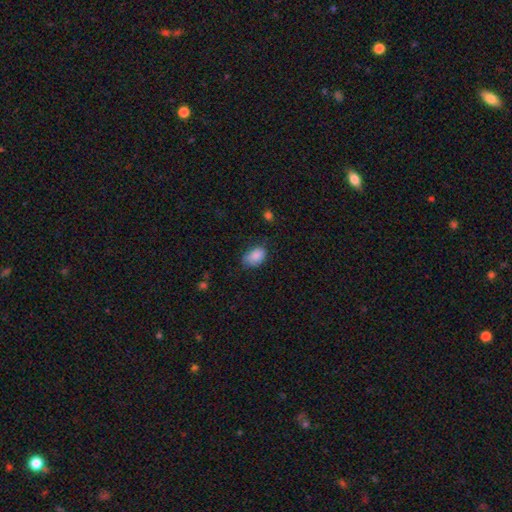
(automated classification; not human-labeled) This appears to be a smooth galaxy with no disk features (87%) that is in between round and cigar-shaped (88%). Merging: none (63%).